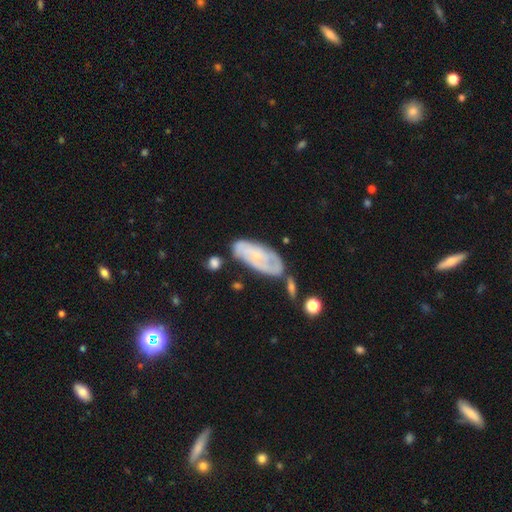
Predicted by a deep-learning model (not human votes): Overall: featured or disk (59%; smooth 33%). Edge-on disk: no (89%). Bar: no (73%). Spiral arms: yes (76%). Bulge size: small (74%). Merging: none (56%; minor disturbance 25%).